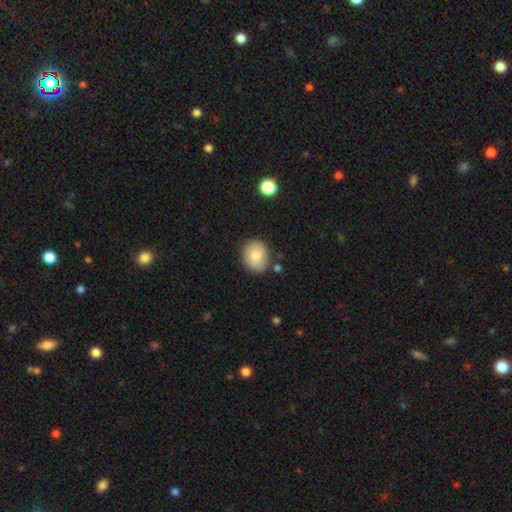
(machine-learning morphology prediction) Q: Smooth or featured?
A: smooth (82%); runner-up: featured or disk (10%)
Q: How rounded?
A: round (62%); runner-up: in between (38%)
Q: Merging?
A: none (83%); runner-up: minor disturbance (11%)